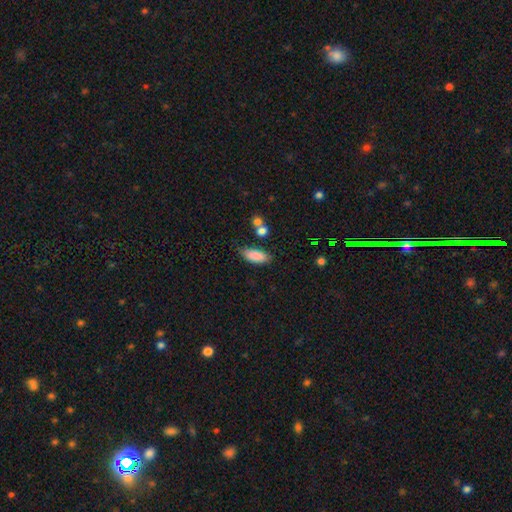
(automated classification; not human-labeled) smooth_or_featured: smooth (p=0.85) [alt: featured or disk p=0.08]
how_rounded: in between (p=0.80) [alt: cigar-shaped p=0.18]
merging: none (p=0.69) [alt: minor disturbance p=0.20]